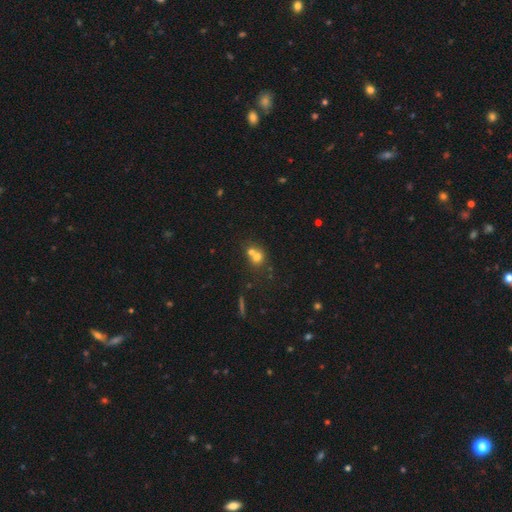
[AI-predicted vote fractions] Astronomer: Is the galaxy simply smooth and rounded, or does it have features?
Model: smooth — 65%.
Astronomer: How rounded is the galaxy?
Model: round — 79%.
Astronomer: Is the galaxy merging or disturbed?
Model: merger — 58% (runner-up: none, 34%).